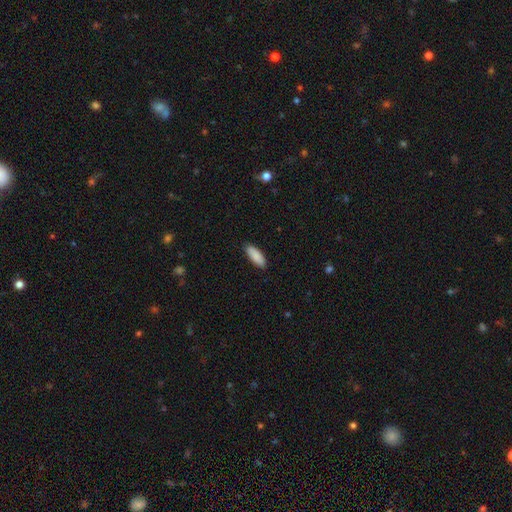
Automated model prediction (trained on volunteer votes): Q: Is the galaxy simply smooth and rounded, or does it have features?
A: smooth — 87%.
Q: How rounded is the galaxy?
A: in between — 72%.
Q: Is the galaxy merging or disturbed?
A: none — 87%.